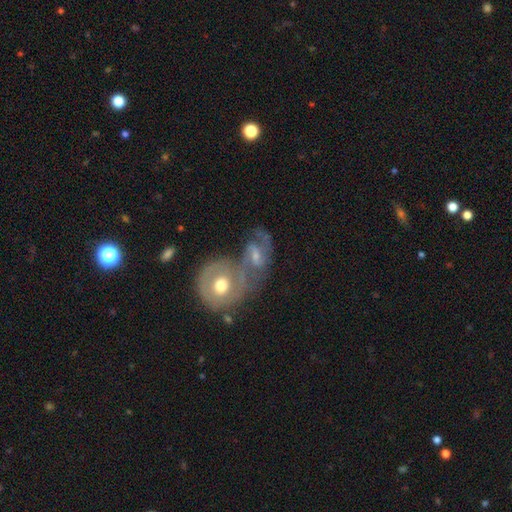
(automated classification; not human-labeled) Smooth or featured? Predicted: featured or disk (p=0.70). Edge-on disk? Predicted: no (p=0.95). Bar? Predicted: no (p=0.51). Spiral arms? Predicted: yes (p=0.77). Spiral winding? Predicted: medium (p=0.42). Spiral arm count? Predicted: 2 (p=0.61). Bulge size? Predicted: moderate (p=0.58). Merging? Predicted: merger (p=0.54).